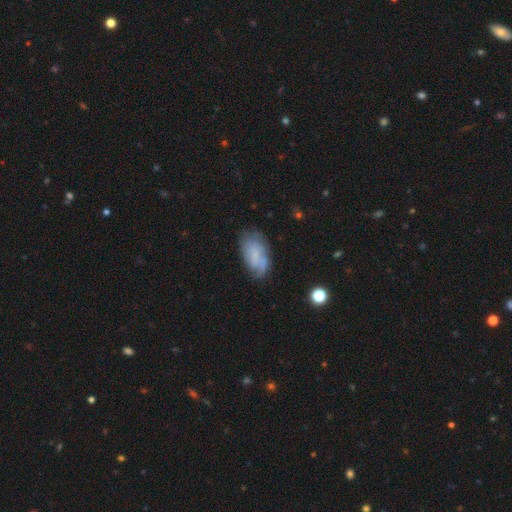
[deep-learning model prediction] Overall: smooth (49%; featured or disk 41%). Merging: none (59%; minor disturbance 27%).